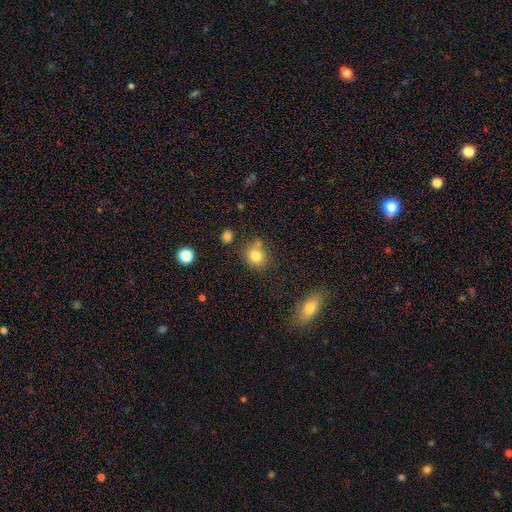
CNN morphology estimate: Smooth or featured? Predicted: smooth (p=0.79). How rounded? Predicted: round (p=0.78). Merging? Predicted: none (p=0.68).